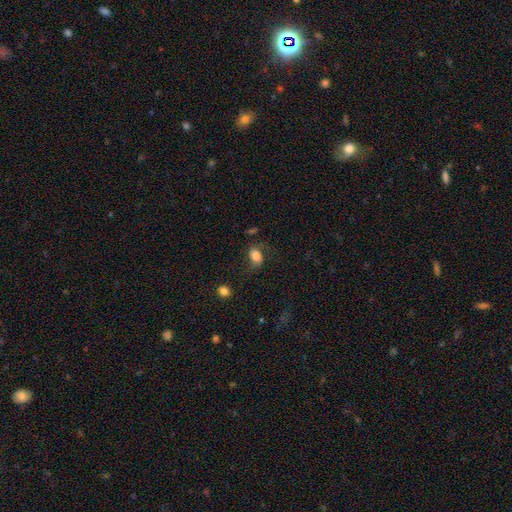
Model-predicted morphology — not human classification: Smooth or featured?
  - smooth: 71% *
  - featured or disk: 19%
  - star or artifact: 10%
How rounded?
  - in between: 77% *
  - round: 21%
  - cigar-shaped: 2%
Merging?
  - none: 59% *
  - minor disturbance: 22%
  - major disturbance: 16%
  - merger: 2%